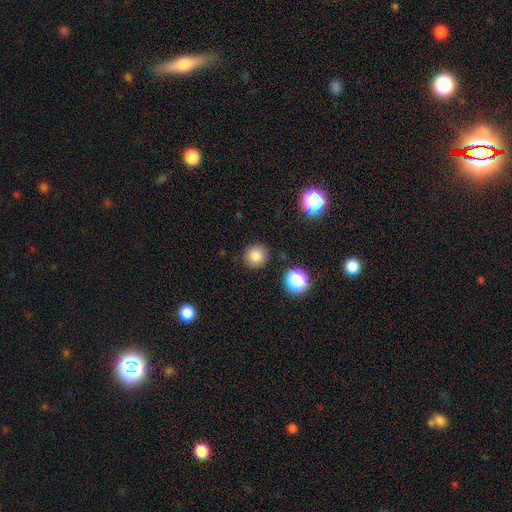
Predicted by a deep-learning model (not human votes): This is clearly a smooth galaxy (81%). How rounded: clearly round (93%). Merging: clearly none (86%).